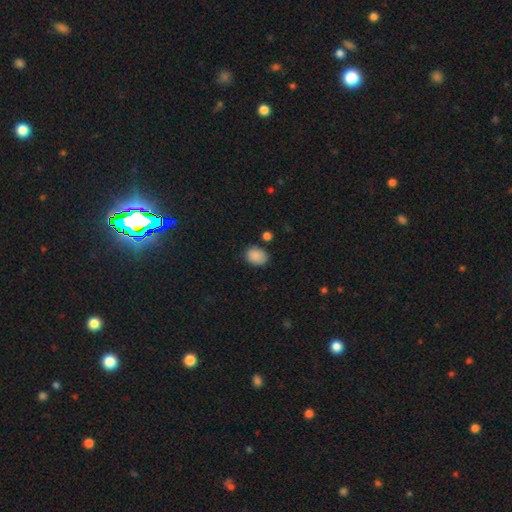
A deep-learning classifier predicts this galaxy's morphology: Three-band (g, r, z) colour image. It shows a smooth galaxy with no disk features (88%) that is in between round and cigar-shaped (62%). Merging: none (79%).